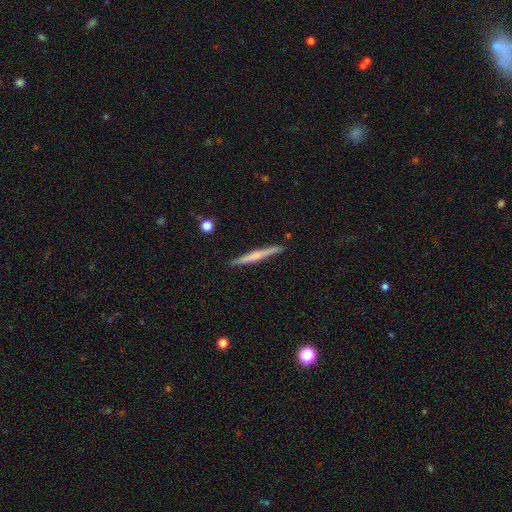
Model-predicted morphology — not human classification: Smooth or featured?
  - featured or disk: 53% *
  - smooth: 41%
  - star or artifact: 6%
Edge-on disk?
  - yes: 98% *
  - no: 2%
Edge-on bulge?
  - none: 45% *
  - rounded: 44%
  - boxy: 11%
Merging?
  - none: 90% *
  - minor disturbance: 8%
  - major disturbance: 1%
  - merger: 1%